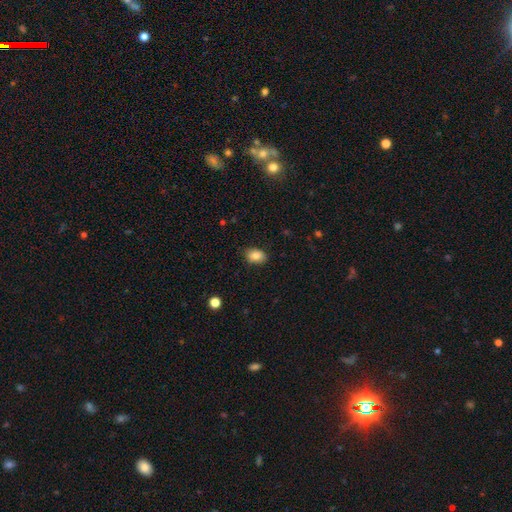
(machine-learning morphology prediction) The model was most divided on "how rounded": in between: 77%, round: 22%, cigar-shaped: 1%. More confident: merging — none (85%); smooth or featured — smooth (85%).